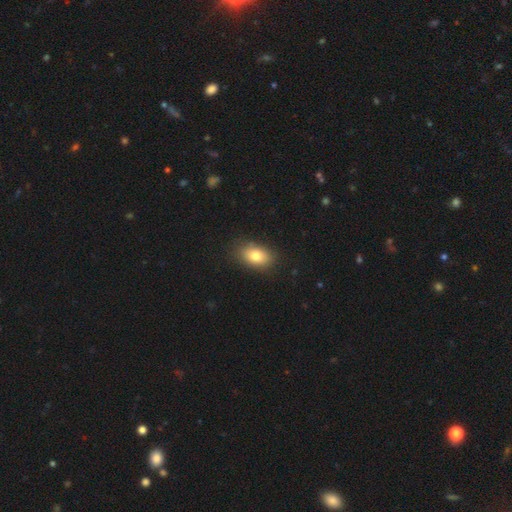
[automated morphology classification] Smooth or featured?
  - smooth: 80% *
  - featured or disk: 11%
  - star or artifact: 9%
How rounded?
  - in between: 86% *
  - round: 12%
  - cigar-shaped: 2%
Merging?
  - none: 84% *
  - minor disturbance: 12%
  - major disturbance: 3%
  - merger: 1%